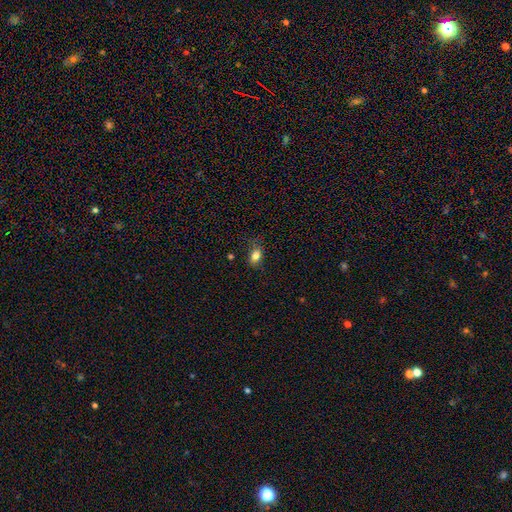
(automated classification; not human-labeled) smooth 81%, star or artifact 11%, featured or disk 8%. Down the decision tree: how rounded — in between (77%); merging — none (67%).